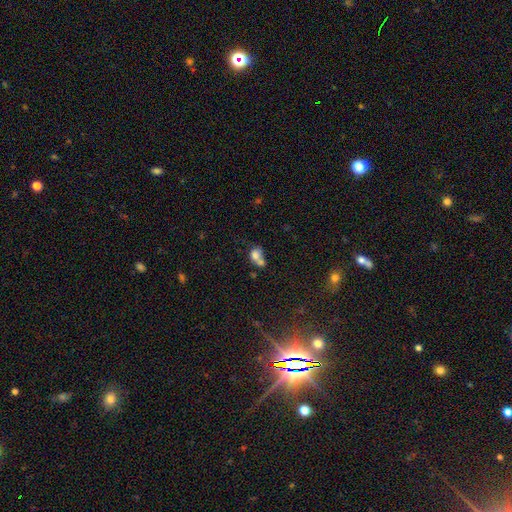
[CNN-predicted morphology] This appears to be a smooth galaxy with no disk features (72%) that is round (54%). Merging: merger (62%).